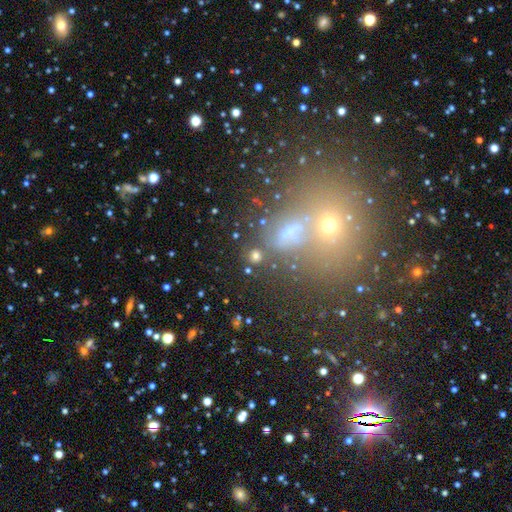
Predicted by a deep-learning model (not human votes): This is likely a smooth galaxy (65%). How rounded: clearly round (84%). Merging: likely none (76%).